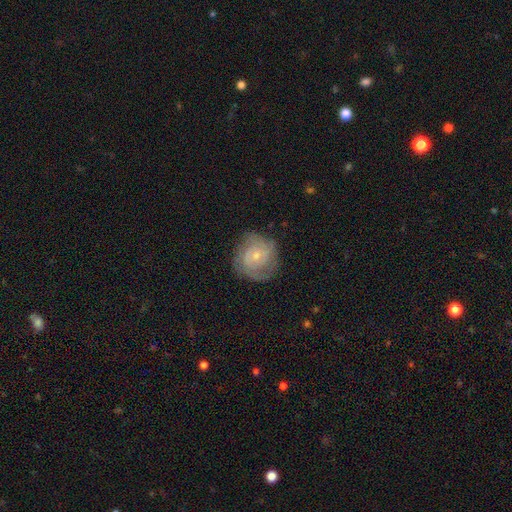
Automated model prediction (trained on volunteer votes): This appears to be a featured or disk galaxy (71%) with no bar (72%), 2 (40%) tight (60%) spiral arms (90%) and a small central bulge (70%). Merging: none (74%).